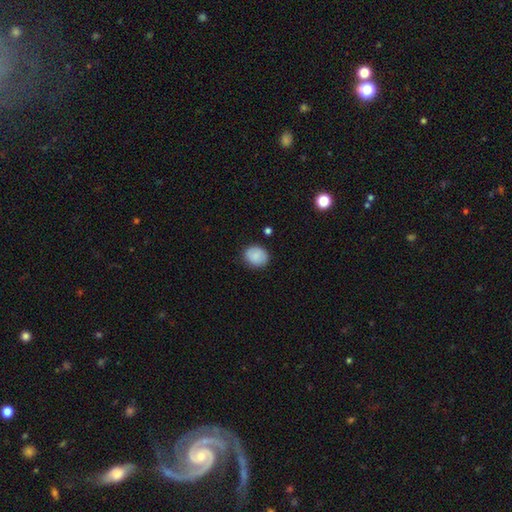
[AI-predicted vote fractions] This is clearly a smooth galaxy (88%). How rounded: likely round (65%). Merging: clearly none (84%).